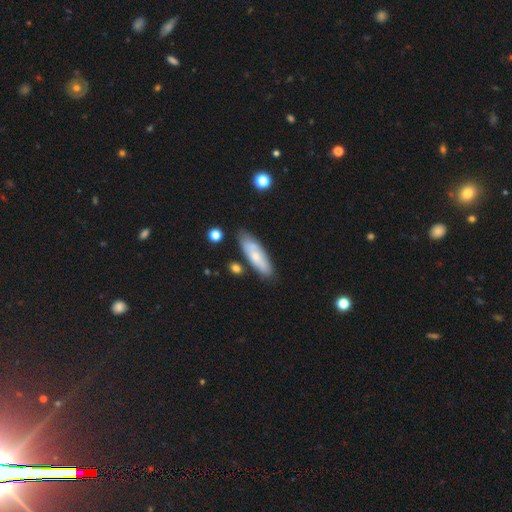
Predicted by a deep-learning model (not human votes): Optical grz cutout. It shows a smooth galaxy with no disk features (62%) that is in between round and cigar-shaped (49%, tied with cigar-shaped). Merging: none (73%).